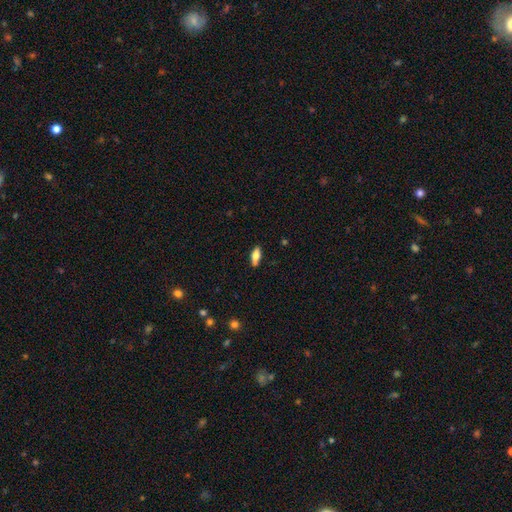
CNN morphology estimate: Smooth or featured? smooth (68%)
How rounded? in between (76%)
Merging? none (81%)